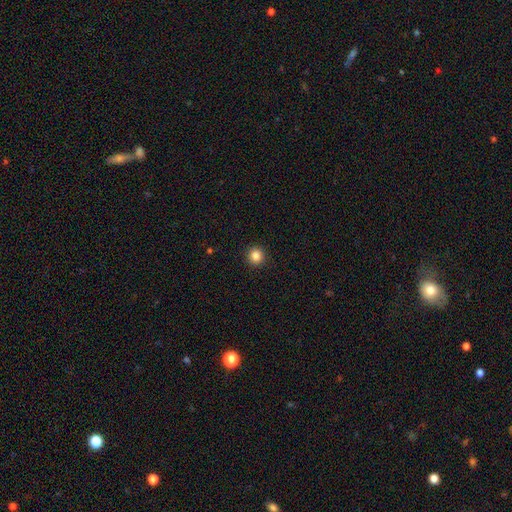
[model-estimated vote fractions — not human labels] The model was most divided on "smooth or featured": smooth: 85%, star or artifact: 11%, featured or disk: 4%. More confident: how rounded — round (94%); merging — none (93%).